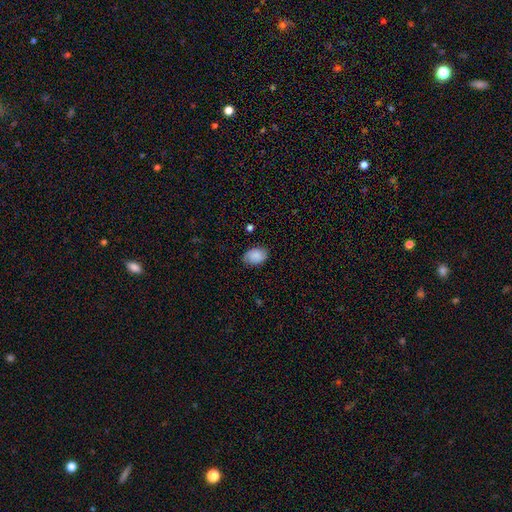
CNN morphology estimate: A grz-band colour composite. It shows a smooth galaxy with no disk features (80%) that is in between round and cigar-shaped (76%). Merging: none (78%).